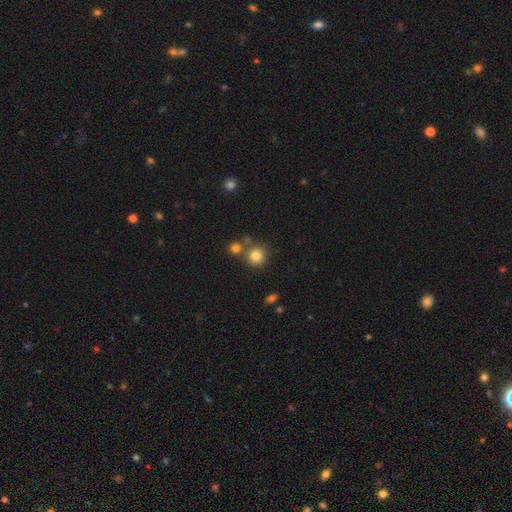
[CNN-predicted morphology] type=smooth (80%); roundness=round (90%); merging=none (69%).